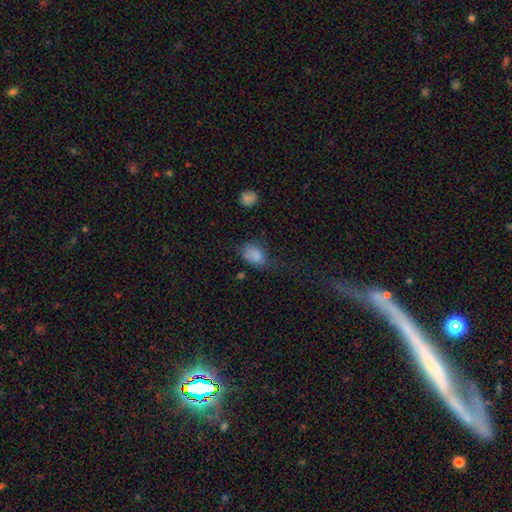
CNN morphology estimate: Smooth or featured?
  - smooth: 81% *
  - star or artifact: 10%
  - featured or disk: 8%
How rounded?
  - in between: 84% *
  - round: 14%
  - cigar-shaped: 2%
Merging?
  - none: 44% *
  - minor disturbance: 32%
  - major disturbance: 20%
  - merger: 4%